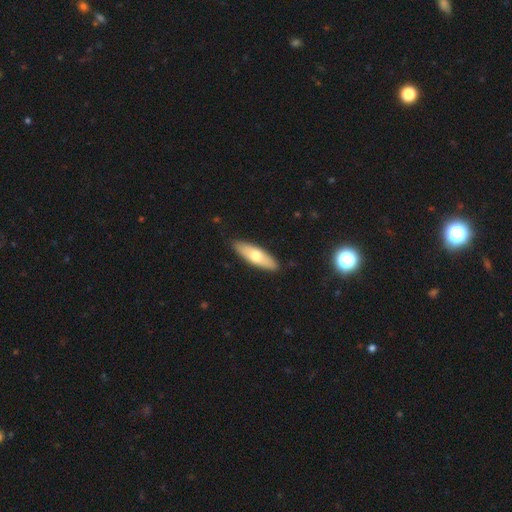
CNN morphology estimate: This appears to be a smooth galaxy with no disk features (62%) that is in between round and cigar-shaped (53%). Merging: none (89%).